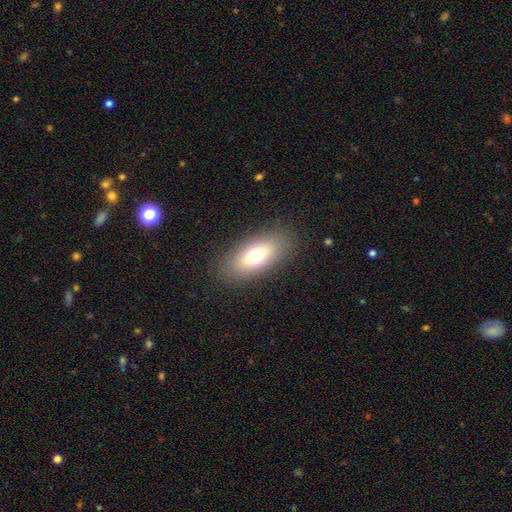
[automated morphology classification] The model was most divided on "smooth or featured": smooth: 69%, featured or disk: 21%, star or artifact: 9%. More confident: merging — none (85%); how rounded — in between (82%).